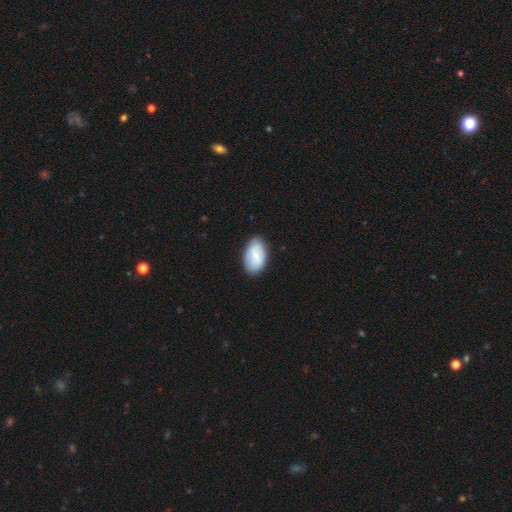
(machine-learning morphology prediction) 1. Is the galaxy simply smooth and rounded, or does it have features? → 71% smooth, 23% featured or disk, 6% star or artifact.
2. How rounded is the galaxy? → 93% in between, 5% round, 2% cigar-shaped.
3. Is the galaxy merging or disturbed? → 81% none, 15% minor disturbance, 3% major disturbance, 1% merger.